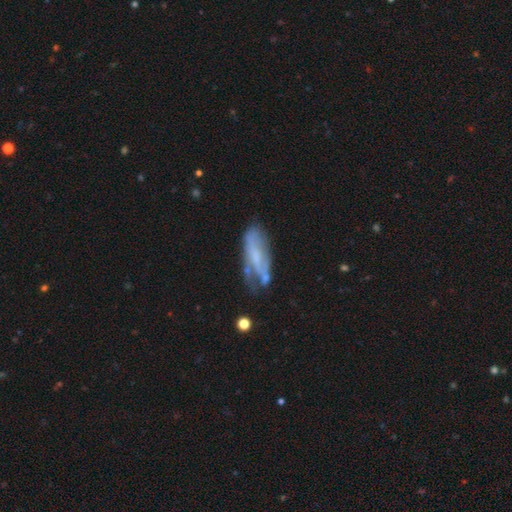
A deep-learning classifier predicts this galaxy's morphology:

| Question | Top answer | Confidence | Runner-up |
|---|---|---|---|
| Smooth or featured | featured or disk | 53% | smooth (37%) |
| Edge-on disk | no | 78% | yes (22%) |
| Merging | none | 44% | minor disturbance (29%) |